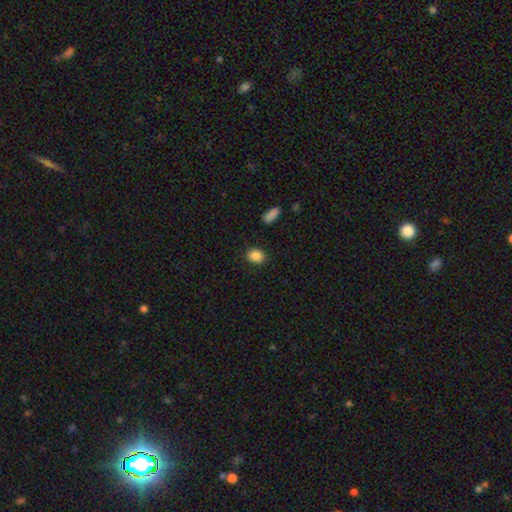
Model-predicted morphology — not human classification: Smooth or featured: smooth — 87% (star or artifact — 9%)
How rounded: in between — 55% (round — 44%)
Merging: none — 88% (minor disturbance — 8%)